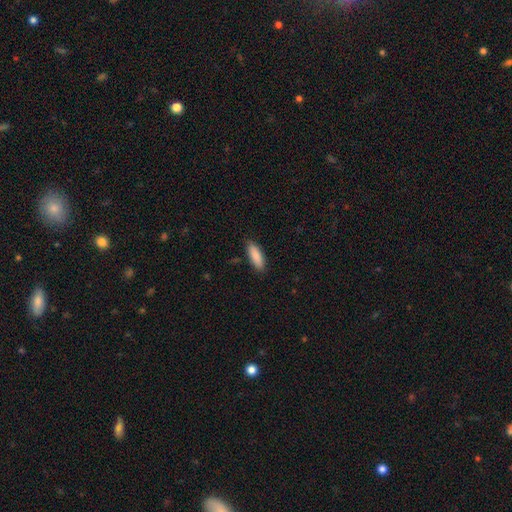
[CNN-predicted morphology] smooth 88%, featured or disk 7%, star or artifact 6%. Down the decision tree: how rounded — in between (62%); merging — none (85%).